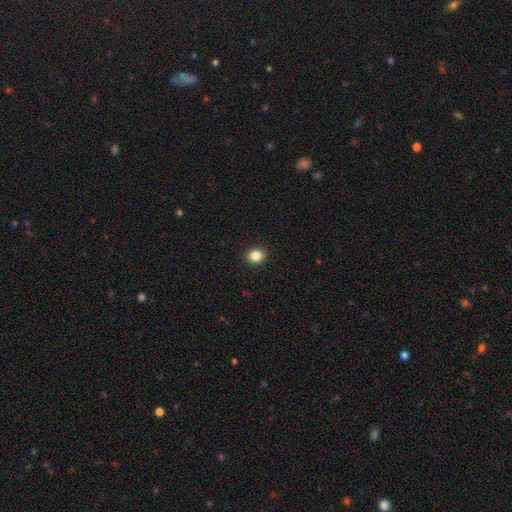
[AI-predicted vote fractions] This appears to be a smooth galaxy with no disk features (85%) that is round (68%). Merging: none (92%).